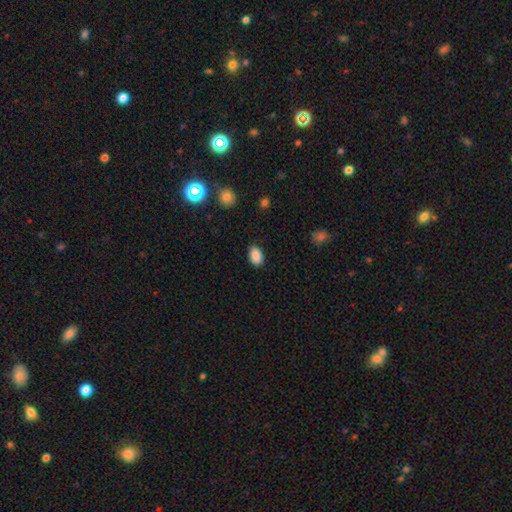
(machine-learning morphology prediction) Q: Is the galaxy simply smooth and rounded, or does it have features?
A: smooth — 88%.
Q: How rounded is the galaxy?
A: in between — 86%.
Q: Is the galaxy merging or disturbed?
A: none — 85%.